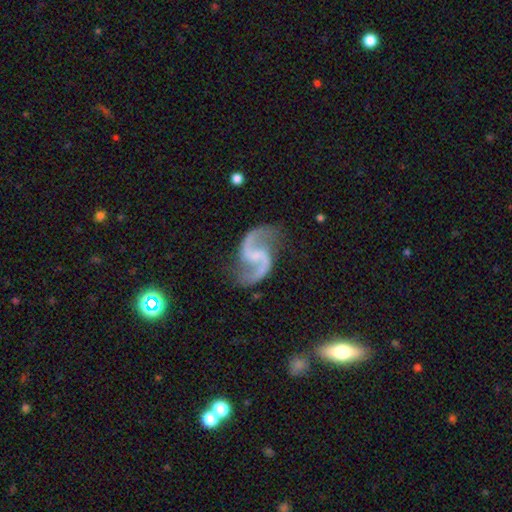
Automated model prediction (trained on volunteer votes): Q: Smooth or featured?
A: featured or disk (93%); runner-up: star or artifact (4%)
Q: Edge-on disk?
A: no (98%); runner-up: yes (2%)
Q: Bar?
A: weak (46%); runner-up: no (35%)
Q: Spiral arms?
A: yes (98%); runner-up: no (2%)
Q: Spiral winding?
A: loose (61%); runner-up: medium (34%)
Q: Spiral arm count?
A: 2 (95%); runner-up: 1 (1%)
Q: Bulge size?
A: none (45%); runner-up: small (41%)
Q: Merging?
A: none (79%); runner-up: minor disturbance (14%)